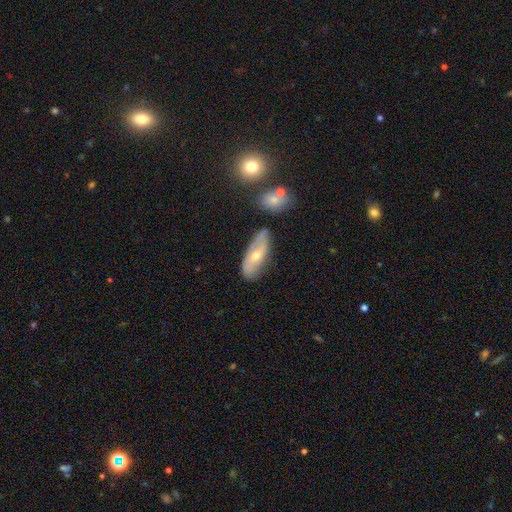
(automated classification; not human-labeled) featured or disk 55%, smooth 36%, star or artifact 8%. Down the decision tree: edge-on disk — no (82%); merging — none (73%).